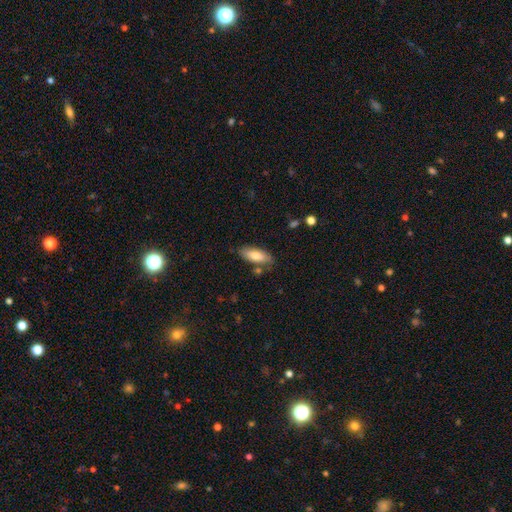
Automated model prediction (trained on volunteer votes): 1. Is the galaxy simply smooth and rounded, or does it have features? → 75% smooth, 19% featured or disk, 6% star or artifact.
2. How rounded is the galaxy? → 77% in between, 21% cigar-shaped, 2% round.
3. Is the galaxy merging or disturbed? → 77% none, 15% minor disturbance, 6% merger, 3% major disturbance.